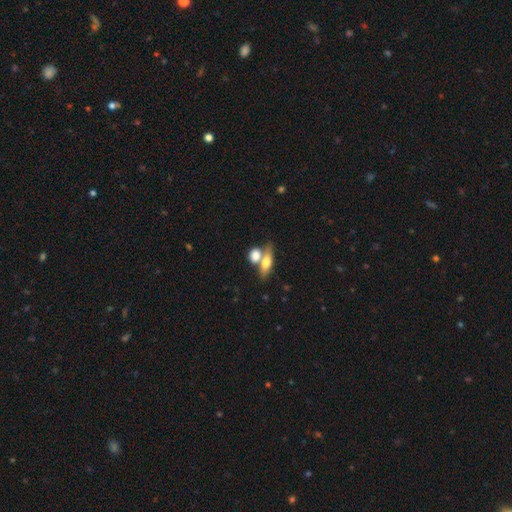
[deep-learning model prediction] The model was most divided on "merging": merger: 48%, none: 38%, minor disturbance: 9%, major disturbance: 5%. More confident: smooth or featured — smooth (70%); how rounded — in between (55%).